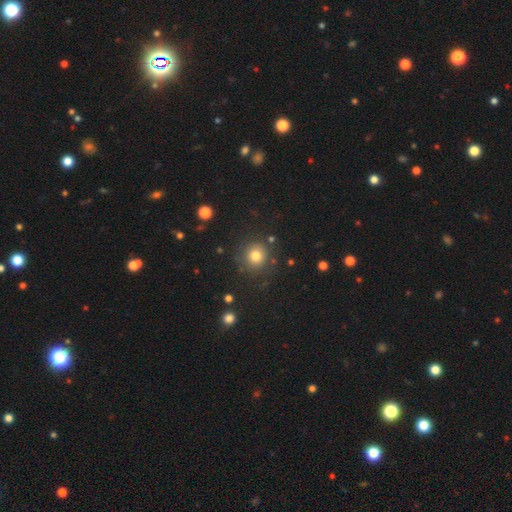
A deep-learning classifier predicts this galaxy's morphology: Smooth or featured?
  - smooth: 78% *
  - star or artifact: 14%
  - featured or disk: 8%
How rounded?
  - round: 91% *
  - in between: 8%
  - cigar-shaped: 1%
Merging?
  - none: 84% *
  - minor disturbance: 9%
  - major disturbance: 4%
  - merger: 3%